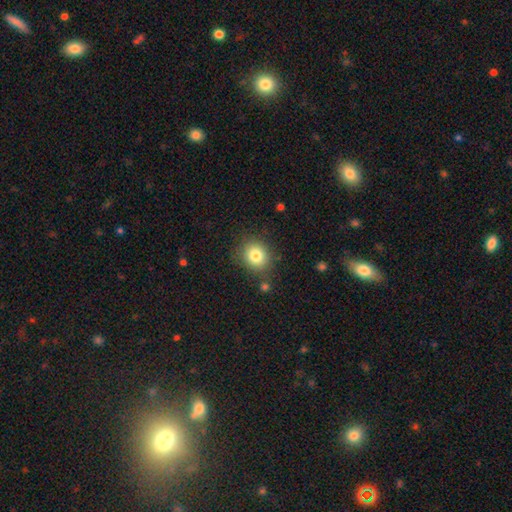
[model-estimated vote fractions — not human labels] smooth 81%, star or artifact 11%, featured or disk 8%. Down the decision tree: how rounded — round (74%); merging — none (81%).